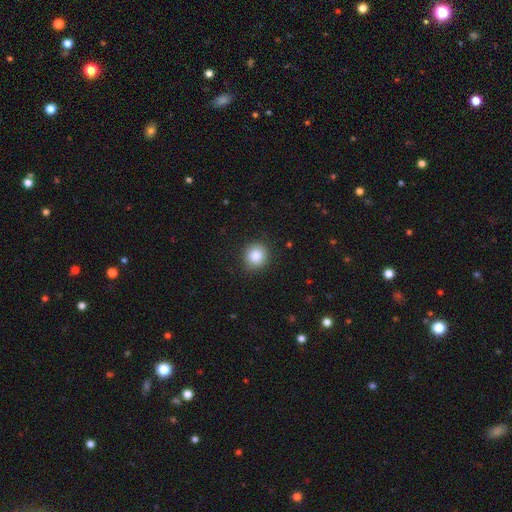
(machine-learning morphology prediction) smooth-or-featured: smooth: 86% | star or artifact: 9% | featured or disk: 5%
  how-rounded: round: 87% | in between: 12% | cigar-shaped: 1%
  merging: none: 87% | minor disturbance: 9% | major disturbance: 2% | merger: 1%